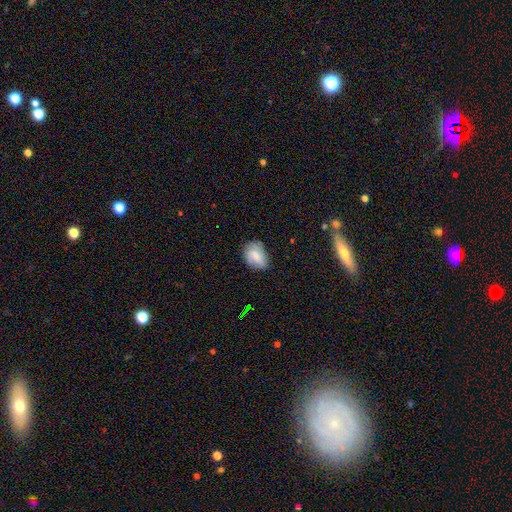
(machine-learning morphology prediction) Smooth or featured? smooth (72%)
How rounded? in between (81%)
Merging? none (72%)